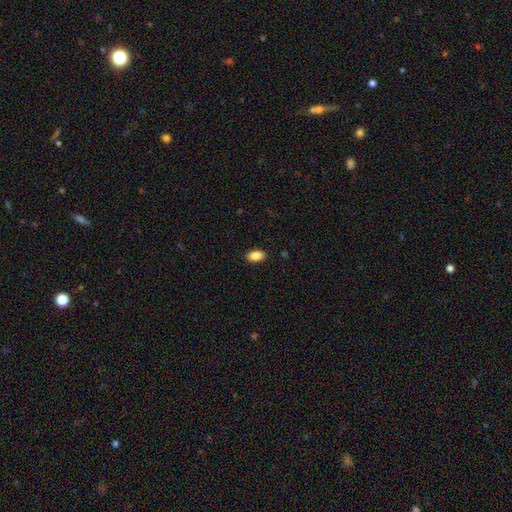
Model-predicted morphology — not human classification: Smooth or featured? Predicted: smooth (p=0.88). How rounded? Predicted: in between (p=0.92). Merging? Predicted: none (p=0.89).